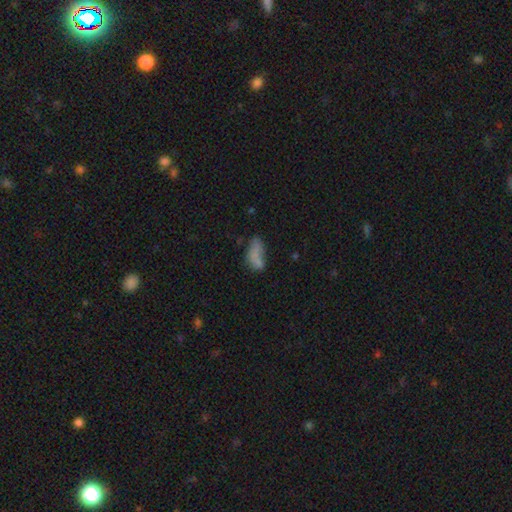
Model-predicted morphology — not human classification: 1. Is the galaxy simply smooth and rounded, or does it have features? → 68% smooth, 20% featured or disk, 12% star or artifact.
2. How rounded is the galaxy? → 85% in between, 11% cigar-shaped, 4% round.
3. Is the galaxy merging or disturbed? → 36% none, 27% minor disturbance, 21% major disturbance, 16% merger.